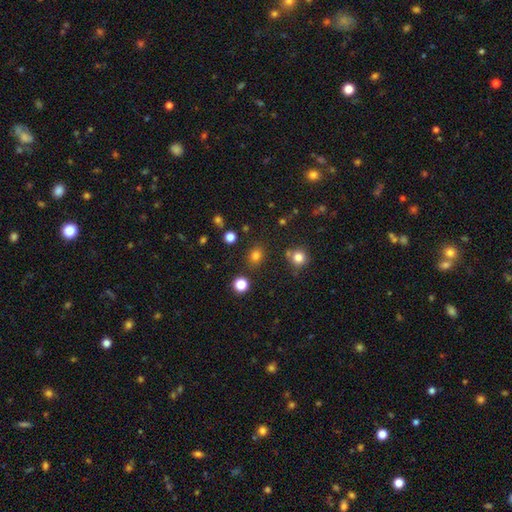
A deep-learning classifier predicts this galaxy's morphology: Overall: smooth (78%). How rounded: round (64%; in between 35%). Merging: none (81%).